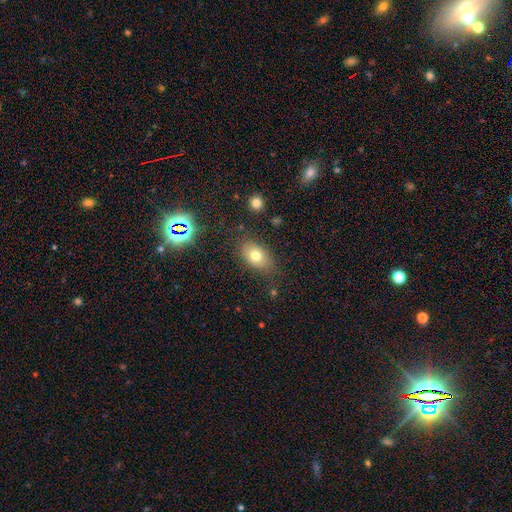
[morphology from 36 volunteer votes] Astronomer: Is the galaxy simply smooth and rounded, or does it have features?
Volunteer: smooth — 83%.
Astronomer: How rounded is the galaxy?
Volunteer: in between — 83%.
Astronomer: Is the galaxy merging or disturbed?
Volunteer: none — 85%.